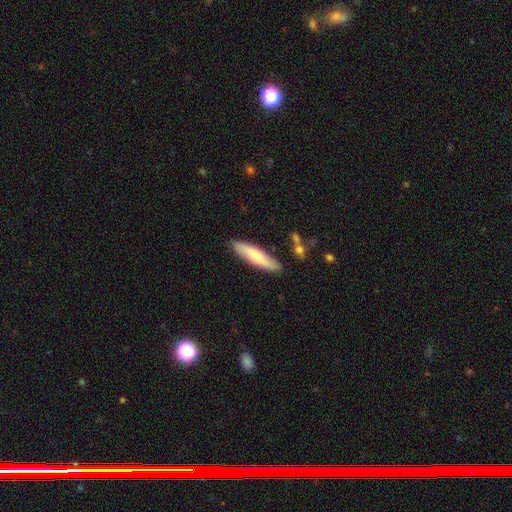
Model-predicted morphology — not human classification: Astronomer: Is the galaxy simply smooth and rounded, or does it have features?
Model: smooth — 73%.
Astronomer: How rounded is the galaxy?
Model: cigar-shaped — 73%.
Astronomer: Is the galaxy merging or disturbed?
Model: none — 85%.